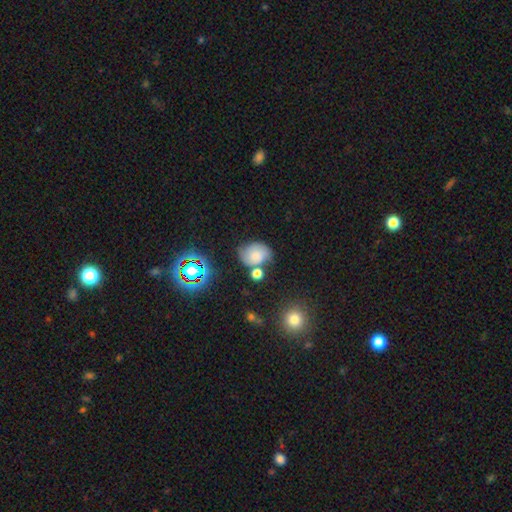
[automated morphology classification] This is possibly a smooth galaxy (54%). How rounded: possibly in between (51%). Merging: possibly none (52%).